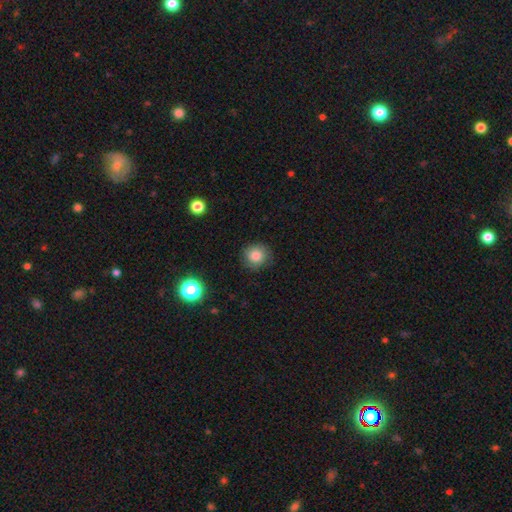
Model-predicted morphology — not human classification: Smooth or featured? Predicted: smooth (p=0.81). How rounded? Predicted: round (p=0.91). Merging? Predicted: none (p=0.85).